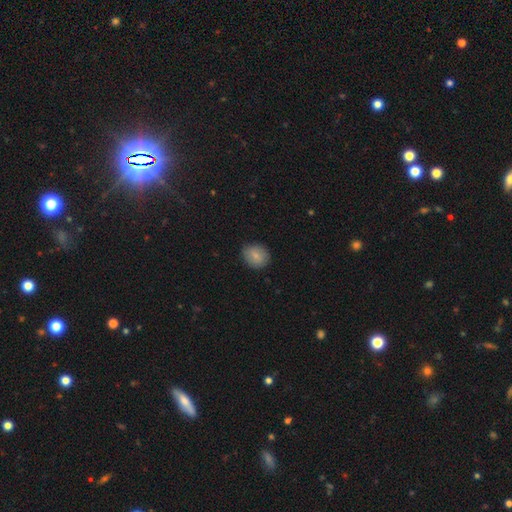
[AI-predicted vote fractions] Smooth or featured? Predicted: smooth (p=0.83). How rounded? Predicted: round (p=0.67). Merging? Predicted: none (p=0.82).